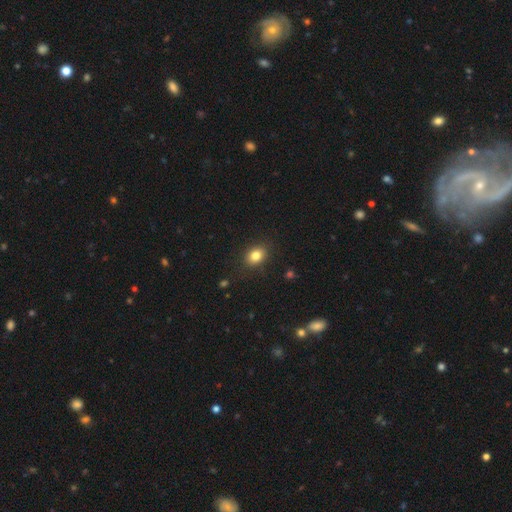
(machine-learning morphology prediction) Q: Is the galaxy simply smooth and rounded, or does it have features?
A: smooth — 83%.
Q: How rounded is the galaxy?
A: in between — 61%.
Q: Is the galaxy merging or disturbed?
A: none — 87%.